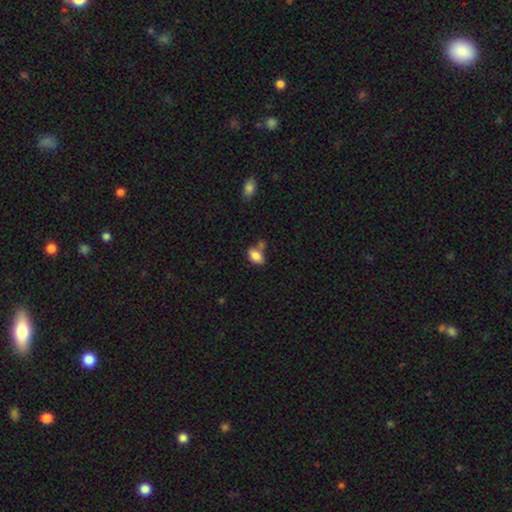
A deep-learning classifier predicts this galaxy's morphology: Smooth or featured?
  - smooth: 85% *
  - star or artifact: 8%
  - featured or disk: 7%
How rounded?
  - in between: 90% *
  - round: 7%
  - cigar-shaped: 3%
Merging?
  - none: 55% *
  - merger: 23%
  - minor disturbance: 17%
  - major disturbance: 5%